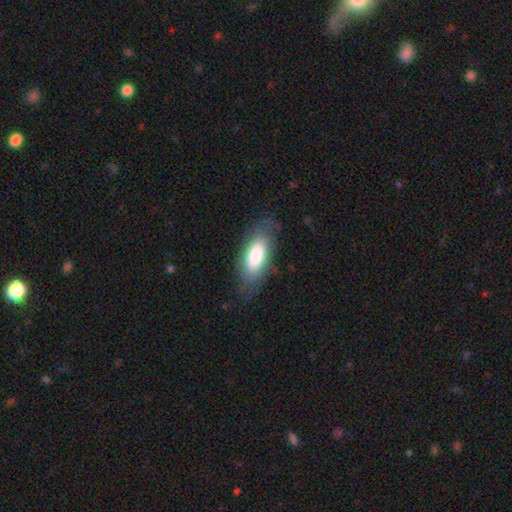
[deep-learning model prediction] A smooth galaxy with no disk features (78%) that is in between round and cigar-shaped (83%).

Vote fractions:
- Smooth or featured? smooth: 78% / featured or disk: 16% / star or artifact: 7%
- How rounded? in between: 83% / cigar-shaped: 15% / round: 2%
- Merging? none: 76% / minor disturbance: 17% / major disturbance: 6% / merger: 1%